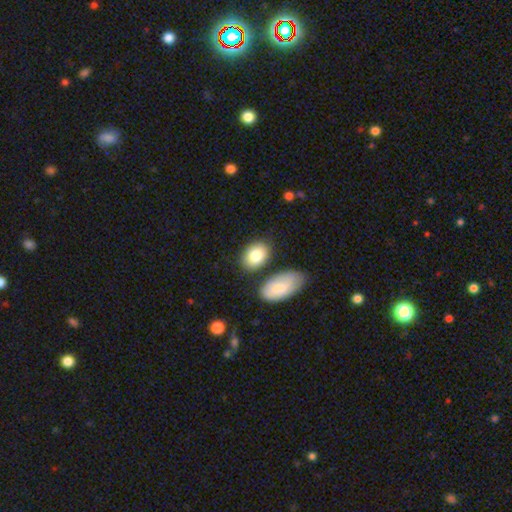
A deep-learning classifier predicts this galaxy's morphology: type=smooth (82%); roundness=in between (83%); merging=none (72%).